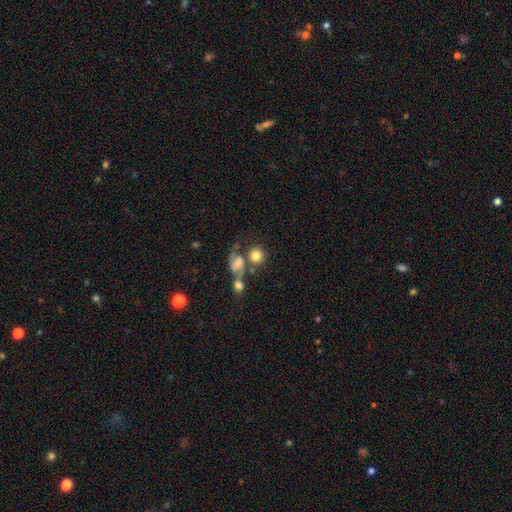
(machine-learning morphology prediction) Overall: smooth (76%). How rounded: round (86%). Merging: none (47%; merger 33%).